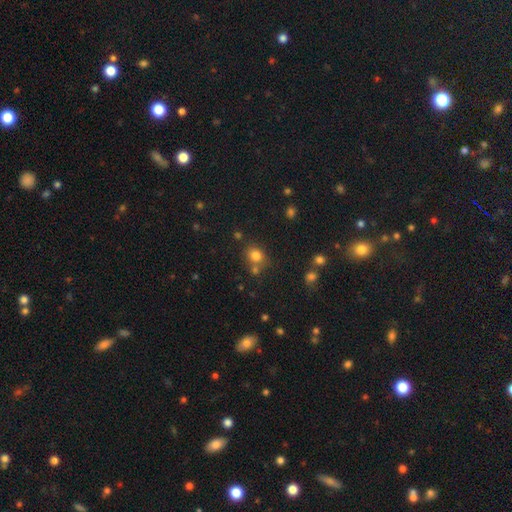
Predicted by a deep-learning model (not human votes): Smooth or featured?
  - smooth: 79% *
  - star or artifact: 14%
  - featured or disk: 7%
How rounded?
  - round: 68% *
  - in between: 31%
  - cigar-shaped: 1%
Merging?
  - none: 65% *
  - merger: 19%
  - minor disturbance: 12%
  - major disturbance: 4%